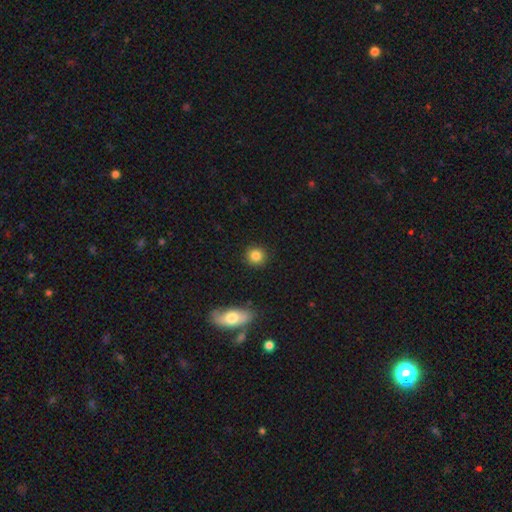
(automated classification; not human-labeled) Smooth or featured?
  - smooth: 85% *
  - star or artifact: 9%
  - featured or disk: 6%
How rounded?
  - round: 92% *
  - in between: 7%
  - cigar-shaped: 1%
Merging?
  - none: 90% *
  - minor disturbance: 6%
  - major disturbance: 2%
  - merger: 2%